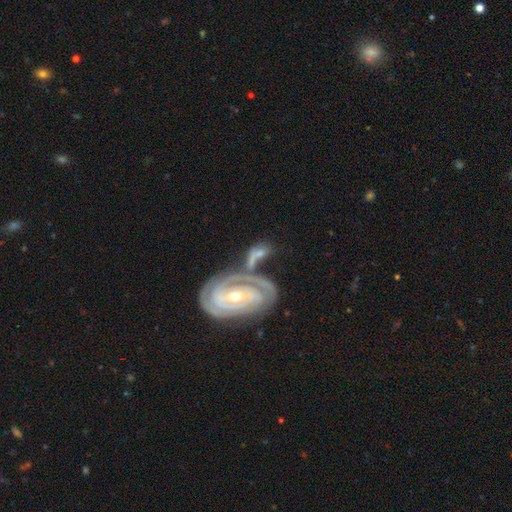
A featured or disk galaxy (79%) with no bar (57%), 2 (41%) tight (78%) spiral arms (90%) and a moderate central bulge (63%). Merging: merger (59%).